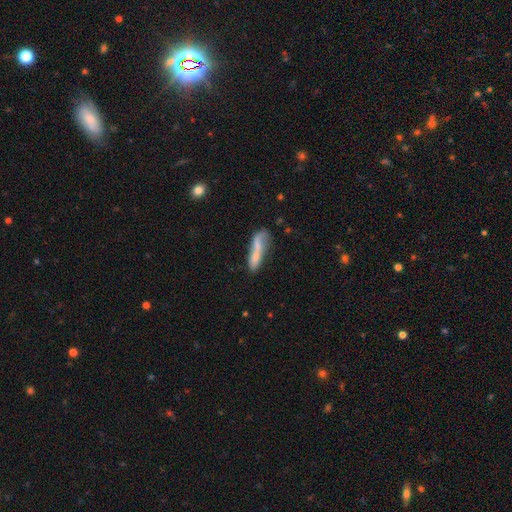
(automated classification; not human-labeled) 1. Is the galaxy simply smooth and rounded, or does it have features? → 56% smooth, 35% featured or disk, 9% star or artifact.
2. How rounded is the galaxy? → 74% cigar-shaped, 24% in between, 2% round.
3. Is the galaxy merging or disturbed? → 41% none, 23% merger, 21% minor disturbance, 15% major disturbance.